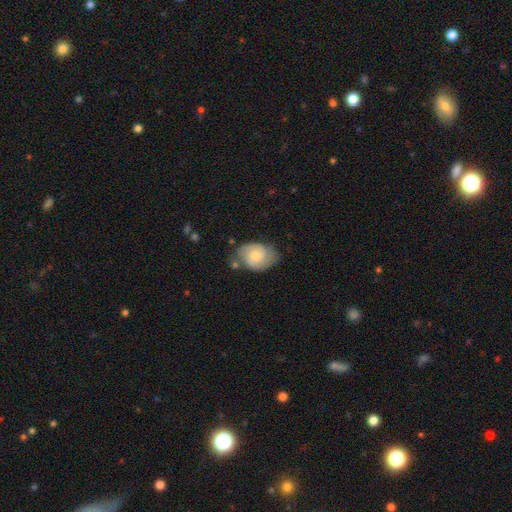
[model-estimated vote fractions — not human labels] A featured or disk galaxy (53%) with no bar (68%), spiral arms (86%) and a small central bulge (46%).

Vote fractions:
- Smooth or featured? featured or disk: 53% / smooth: 41% / star or artifact: 7%
- Edge-on disk? no: 97% / yes: 3%
- Bar? no: 68% / weak: 28% / strong: 4%
- Spiral arms? yes: 86% / no: 14%
- Bulge size? small: 46% / moderate: 44% / none: 5% / large: 4% / dominant: 1%
- Merging? none: 57% / minor disturbance: 27% / major disturbance: 8% / merger: 7%